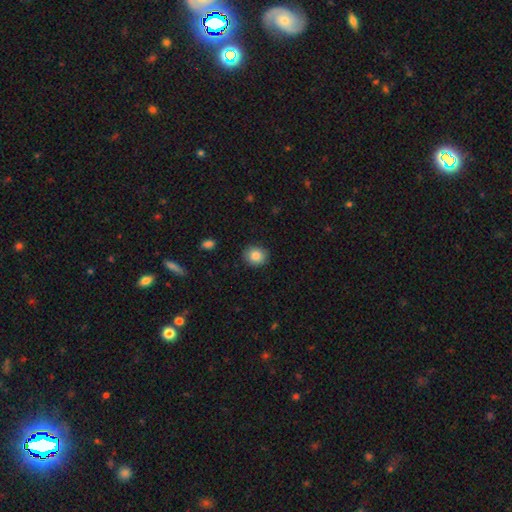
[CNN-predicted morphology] This appears to be a smooth galaxy with no disk features (86%) that is round (79%). Merging: none (88%).